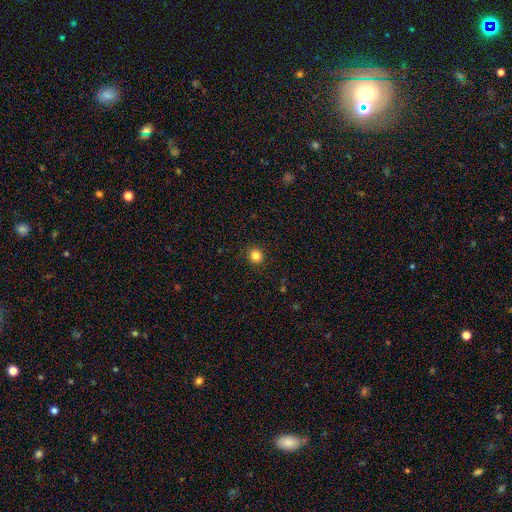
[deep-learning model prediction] Morphology: type=smooth (84%); roundness=round (91%); merging=none (91%).